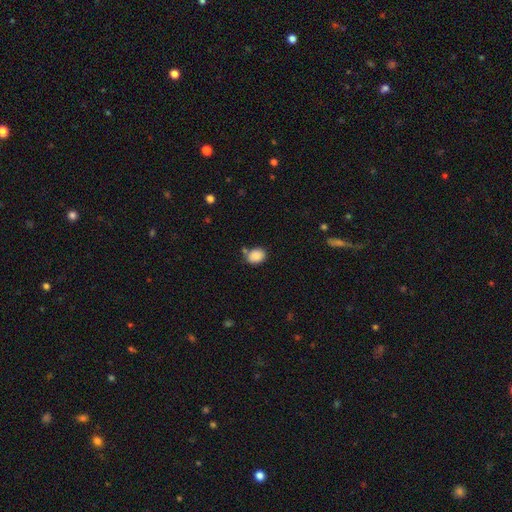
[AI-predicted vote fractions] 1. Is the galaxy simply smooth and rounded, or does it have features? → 88% smooth, 8% star or artifact, 4% featured or disk.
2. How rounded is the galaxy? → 61% in between, 38% round, 1% cigar-shaped.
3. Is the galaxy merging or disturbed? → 70% none, 16% minor disturbance, 10% merger, 4% major disturbance.